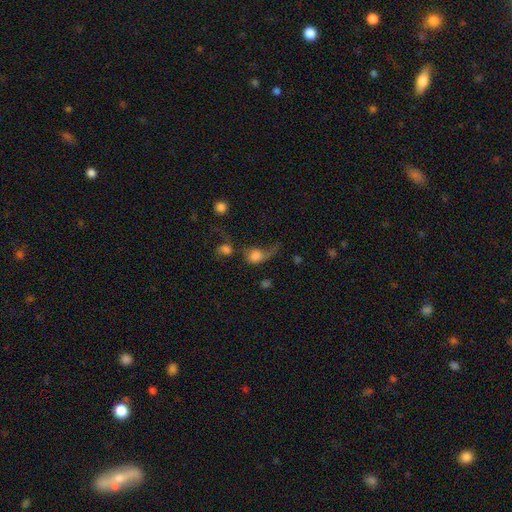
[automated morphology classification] Smooth or featured: smooth — 67% (featured or disk — 22%)
How rounded: round — 53% (in between — 45%)
Merging: major disturbance — 42% (merger — 22%)